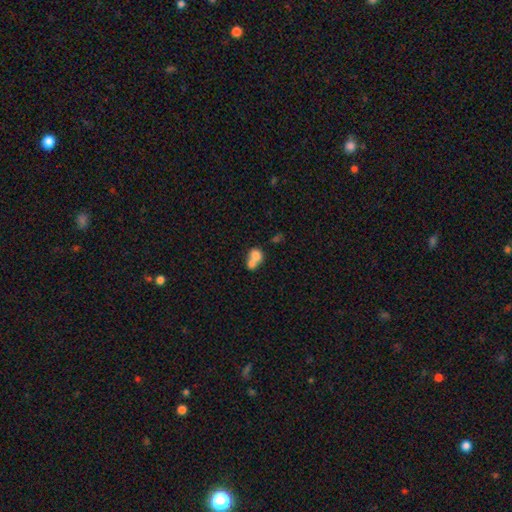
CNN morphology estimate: Smooth or featured?
  - smooth: 74% *
  - featured or disk: 17%
  - star or artifact: 9%
How rounded?
  - round: 59% *
  - in between: 39%
  - cigar-shaped: 1%
Merging?
  - merger: 71% *
  - none: 21%
  - minor disturbance: 5%
  - major disturbance: 3%